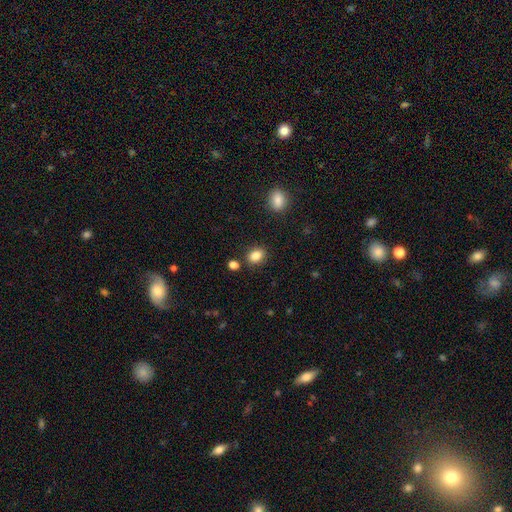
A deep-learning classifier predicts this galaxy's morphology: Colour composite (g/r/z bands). It shows a smooth galaxy with no disk features (85%) that is in between round and cigar-shaped (65%). Merging: none (81%).